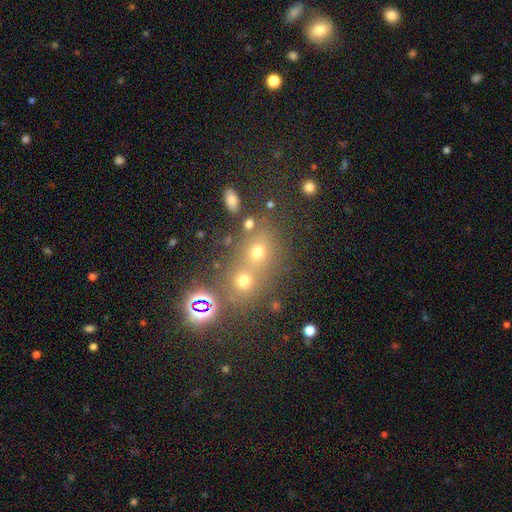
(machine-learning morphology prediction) type=smooth (51%); roundness=round (69%); merging=none (47%).